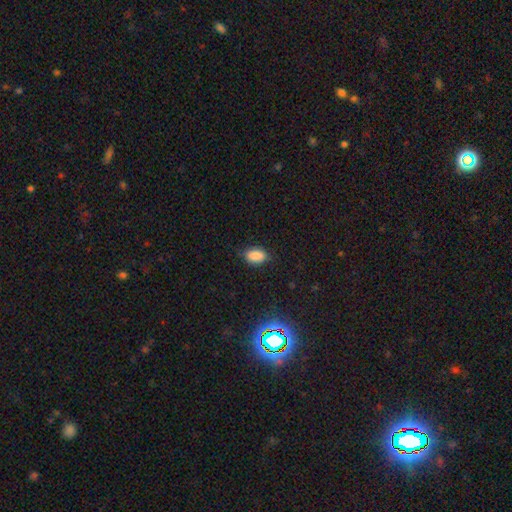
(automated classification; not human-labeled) Morphology: type=smooth (85%); roundness=in between (88%); merging=none (79%).